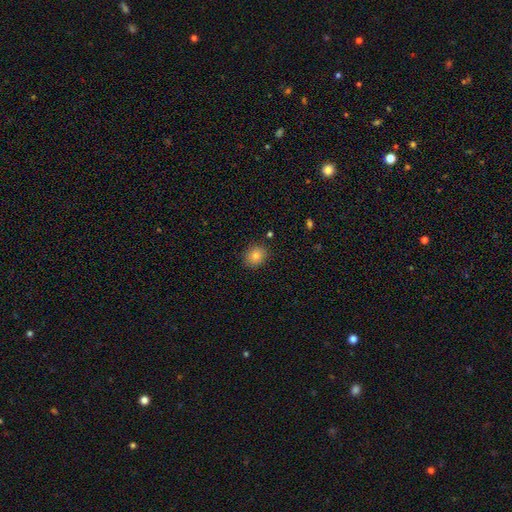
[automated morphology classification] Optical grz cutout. It shows a smooth galaxy with no disk features (81%) that is round (69%). Merging: none (88%).